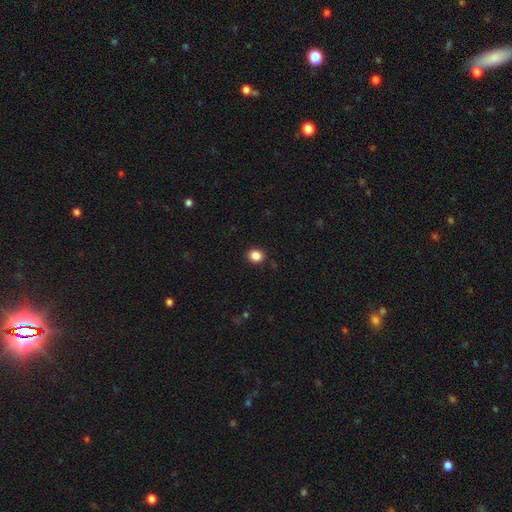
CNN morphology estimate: Smooth or featured: smooth — 86% (star or artifact — 10%)
How rounded: round — 76% (in between — 24%)
Merging: none — 91% (minor disturbance — 7%)